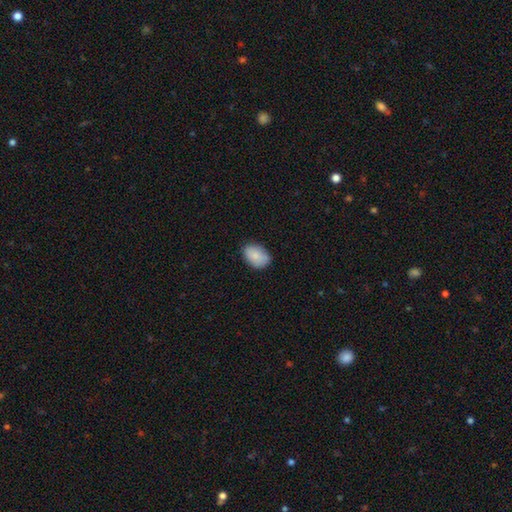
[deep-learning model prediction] Overall: smooth (85%). How rounded: in between (82%). Merging: none (79%).